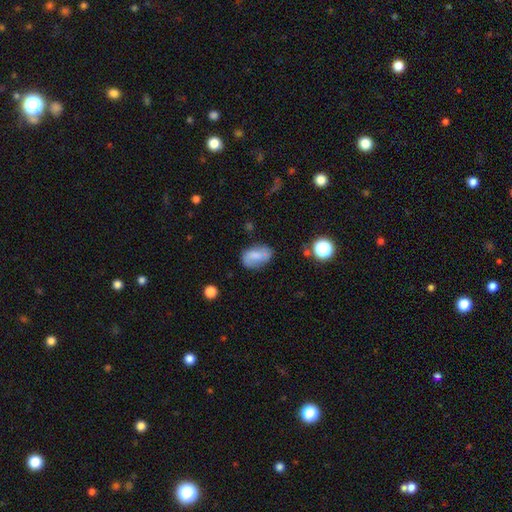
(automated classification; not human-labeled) A smooth galaxy with no disk features (63%) that is in between round and cigar-shaped (85%). Merging: none (59%).